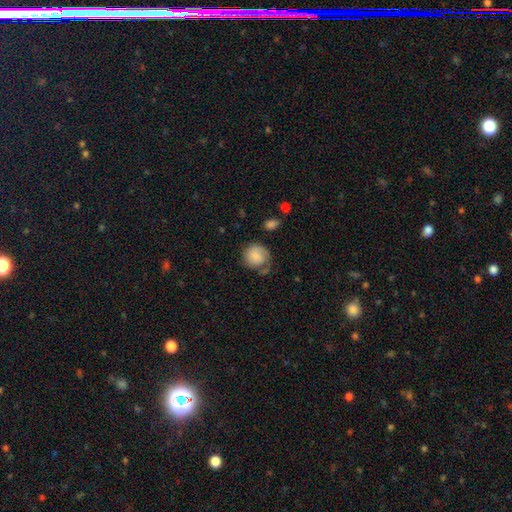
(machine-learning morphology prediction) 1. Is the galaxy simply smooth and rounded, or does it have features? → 71% smooth, 22% featured or disk, 8% star or artifact.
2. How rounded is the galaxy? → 84% round, 15% in between, 1% cigar-shaped.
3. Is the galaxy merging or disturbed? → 54% none, 25% minor disturbance, 14% major disturbance, 6% merger.